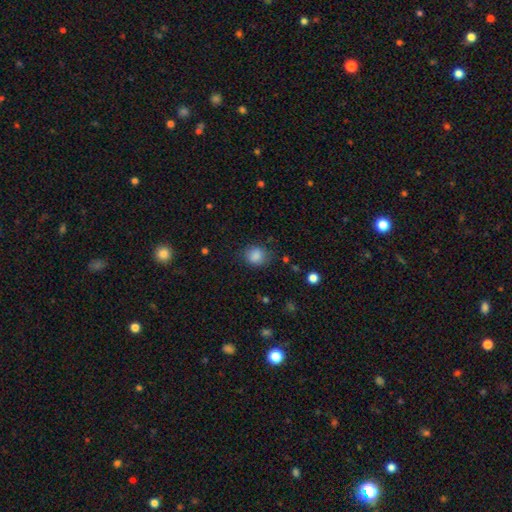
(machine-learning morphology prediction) This is clearly a smooth galaxy (86%). How rounded: likely round (70%). Merging: likely none (77%).